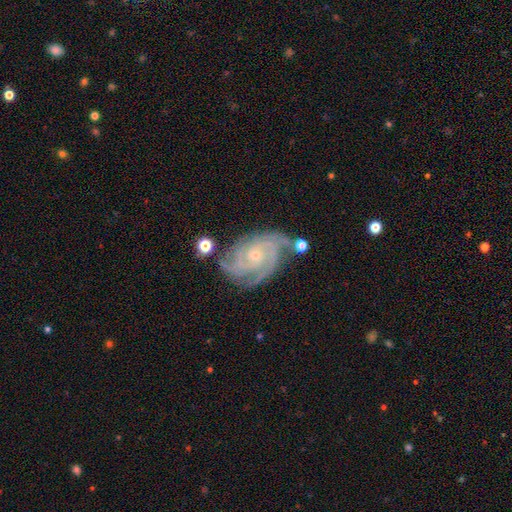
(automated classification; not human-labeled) smooth_or_featured: featured or disk (p=0.90) [alt: star or artifact p=0.06]
disk_edge_on: no (p=0.97) [alt: yes p=0.03]
bar: no (p=0.71) [alt: weak p=0.22]
has_spiral_arms: yes (p=0.98) [alt: no p=0.02]
spiral_winding: tight (p=0.71) [alt: medium p=0.26]
spiral_arm_count: 4 (p=0.36) [alt: 3 p=0.31]
bulge_size: small (p=0.76) [alt: moderate p=0.20]
merging: none (p=0.70) [alt: minor disturbance p=0.19]